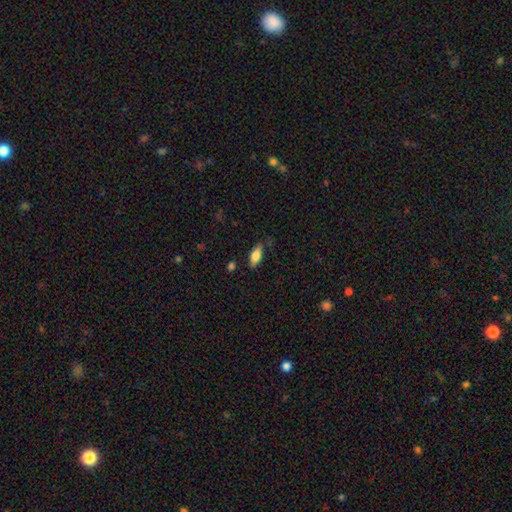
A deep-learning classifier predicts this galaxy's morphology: Smooth or featured? Predicted: smooth (p=0.75). How rounded? Predicted: in between (p=0.80). Merging? Predicted: none (p=0.76).